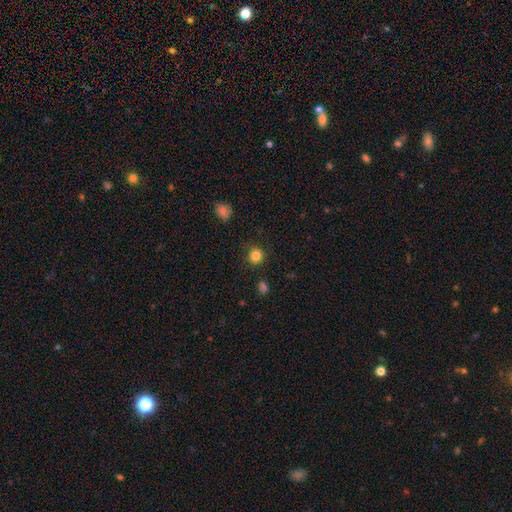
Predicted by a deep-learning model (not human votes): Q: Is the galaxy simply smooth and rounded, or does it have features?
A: smooth — 84%.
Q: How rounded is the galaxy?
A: round — 92%.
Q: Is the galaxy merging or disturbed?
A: none — 86%.